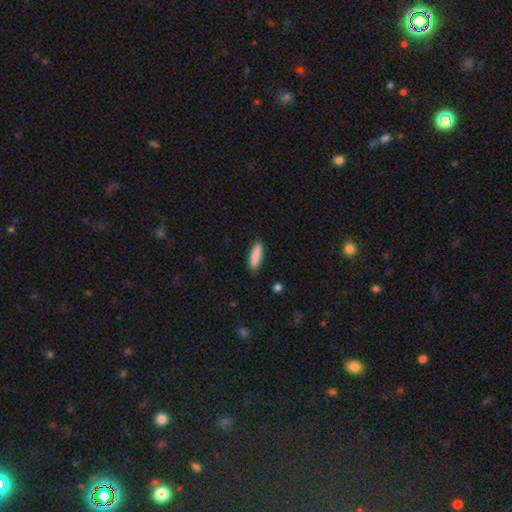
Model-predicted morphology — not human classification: A smooth galaxy with no disk features (89%) that is cigar-shaped (52%).

Vote fractions:
- Smooth or featured? smooth: 89% / star or artifact: 6% / featured or disk: 5%
- How rounded? cigar-shaped: 52% / in between: 46% / round: 2%
- Merging? none: 89% / minor disturbance: 8% / major disturbance: 2% / merger: 1%